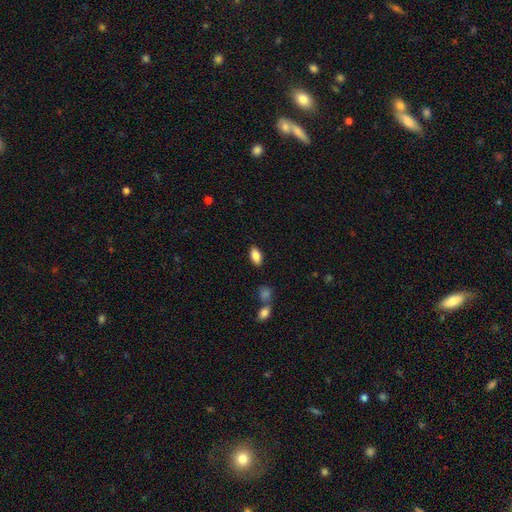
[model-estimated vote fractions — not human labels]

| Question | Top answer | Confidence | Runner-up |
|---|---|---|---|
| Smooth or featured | smooth | 84% | featured or disk (8%) |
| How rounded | in between | 90% | cigar-shaped (6%) |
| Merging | none | 86% | minor disturbance (9%) |